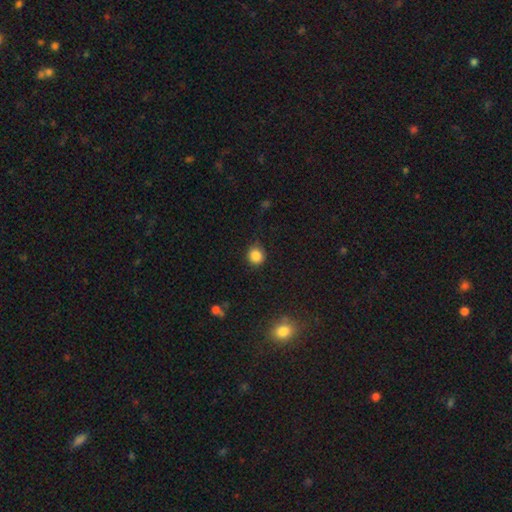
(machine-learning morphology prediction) A smooth galaxy with no disk features (86%) that is round (90%).

Vote fractions:
- Smooth or featured? smooth: 86% / star or artifact: 11% / featured or disk: 4%
- How rounded? round: 90% / in between: 9% / cigar-shaped: 1%
- Merging? none: 85% / minor disturbance: 11% / major disturbance: 3% / merger: 1%